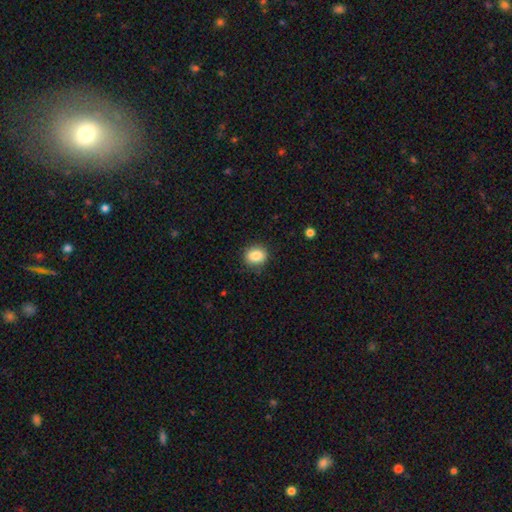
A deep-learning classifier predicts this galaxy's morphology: This appears to be a smooth galaxy with no disk features (86%) that is round (60%). Merging: none (87%).